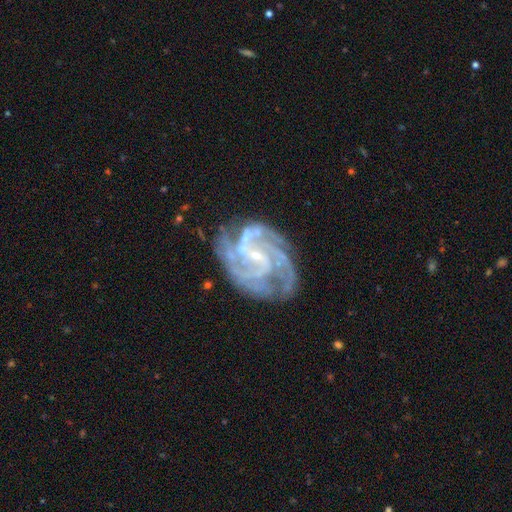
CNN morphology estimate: Smooth or featured: featured or disk — 92% (star or artifact — 5%)
Edge-on disk: no — 98% (yes — 2%)
Bar: weak — 43% (no — 34%)
Spiral arms: yes — 98% (no — 2%)
Spiral winding: tight — 50% (medium — 43%)
Spiral arm count: 3 — 29% (4 — 25%)
Bulge size: small — 84% (moderate — 12%)
Merging: none — 71% (minor disturbance — 19%)